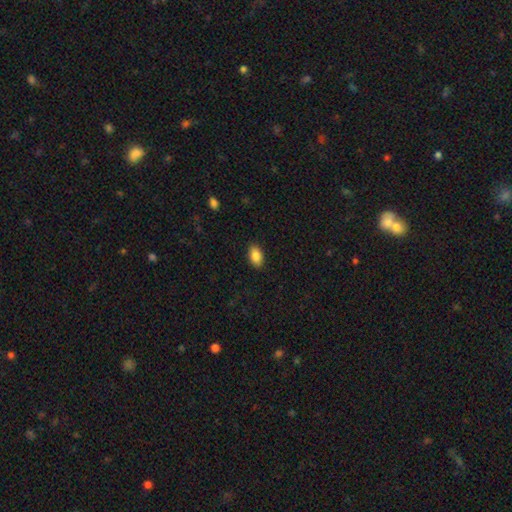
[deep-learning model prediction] This is clearly a smooth galaxy (87%). How rounded: clearly in between (91%). Merging: clearly none (88%).